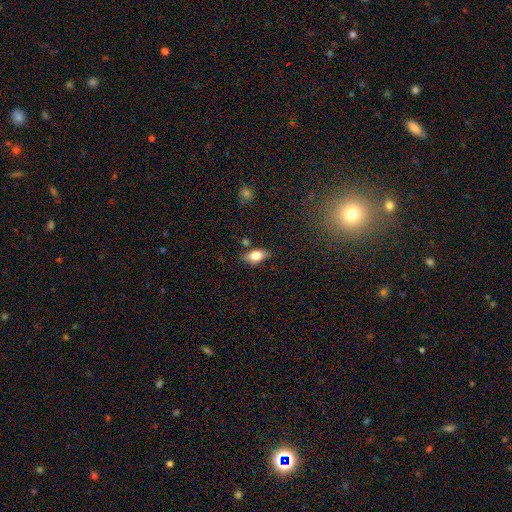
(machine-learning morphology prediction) A smooth galaxy with no disk features (73%) that is in between round and cigar-shaped (86%). Merging: none (76%).